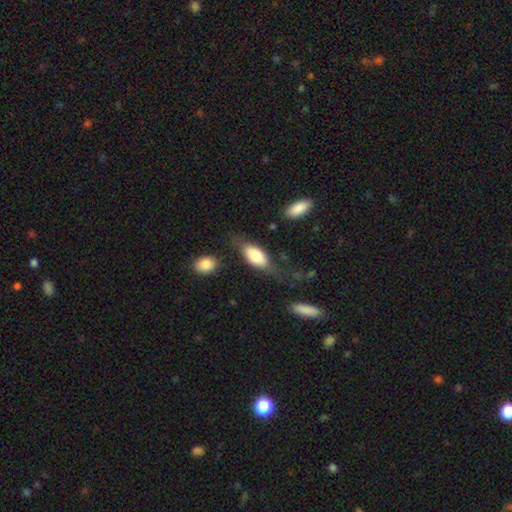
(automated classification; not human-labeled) Morphology: type=smooth (71%); roundness=in between (84%); merging=none (55%).